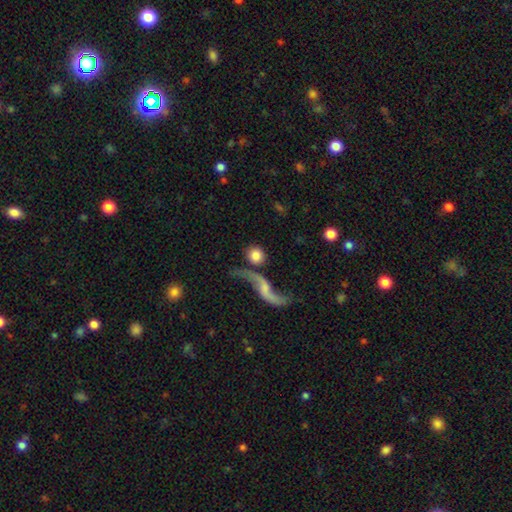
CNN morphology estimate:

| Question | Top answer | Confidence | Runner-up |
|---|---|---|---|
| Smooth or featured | smooth | 66% | featured or disk (27%) |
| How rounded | round | 81% | in between (15%) |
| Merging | none | 58% | merger (19%) |